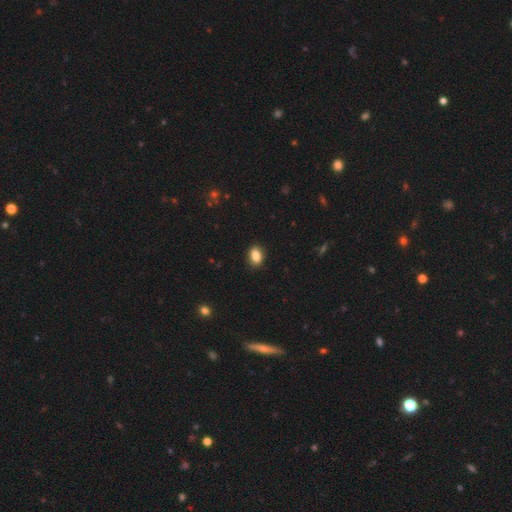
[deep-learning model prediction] Smooth or featured: smooth — 86% (star or artifact — 9%)
How rounded: in between — 81% (round — 17%)
Merging: none — 89% (minor disturbance — 8%)